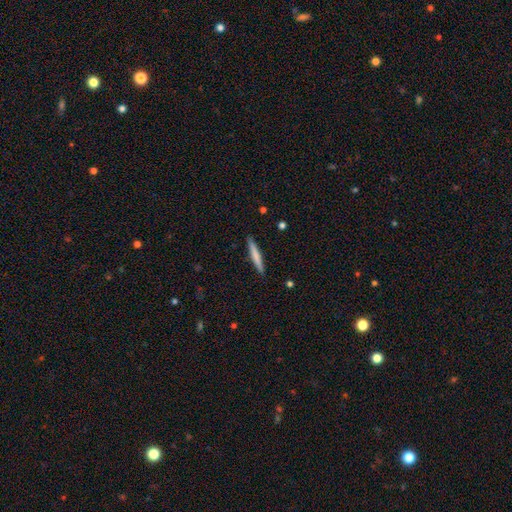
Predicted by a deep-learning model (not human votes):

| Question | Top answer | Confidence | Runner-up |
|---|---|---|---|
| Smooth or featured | smooth | 70% | featured or disk (24%) |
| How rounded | cigar-shaped | 95% | in between (3%) |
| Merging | none | 90% | minor disturbance (7%) |